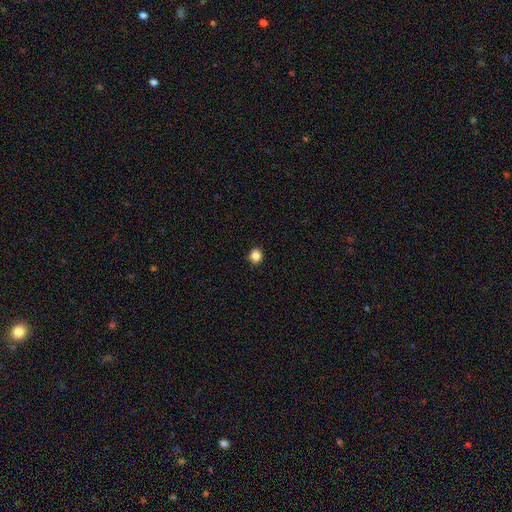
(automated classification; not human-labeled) Q: Smooth or featured?
A: smooth (86%); runner-up: star or artifact (11%)
Q: How rounded?
A: round (87%); runner-up: in between (12%)
Q: Merging?
A: none (92%); runner-up: minor disturbance (6%)